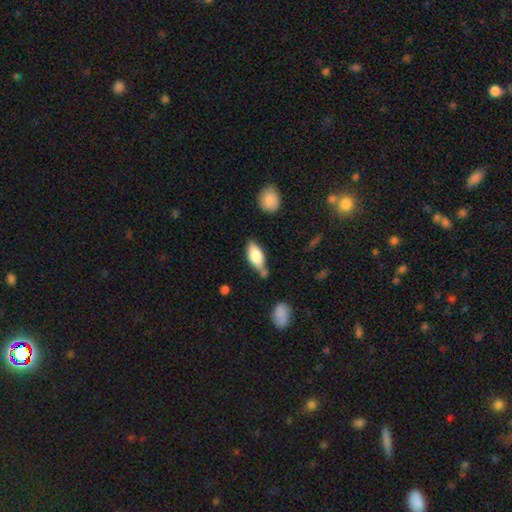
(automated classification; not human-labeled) A smooth galaxy with no disk features (73%) that is in between round and cigar-shaped (81%).

Vote fractions:
- Smooth or featured? smooth: 73% / featured or disk: 21% / star or artifact: 6%
- How rounded? in between: 81% / cigar-shaped: 17% / round: 3%
- Merging? none: 63% / minor disturbance: 21% / merger: 11% / major disturbance: 5%